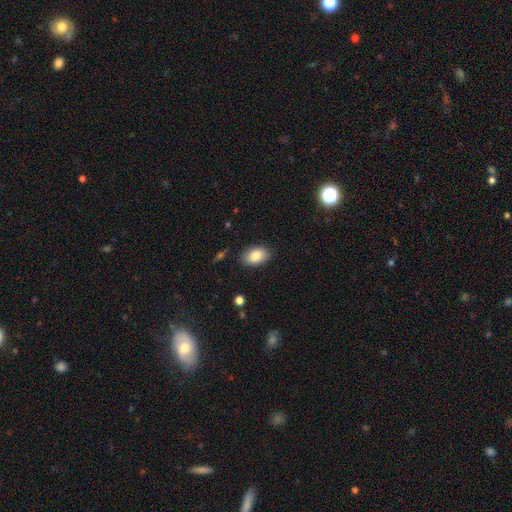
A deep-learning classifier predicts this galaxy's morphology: Smooth or featured? Predicted: smooth (p=0.86). How rounded? Predicted: in between (p=0.90). Merging? Predicted: none (p=0.86).